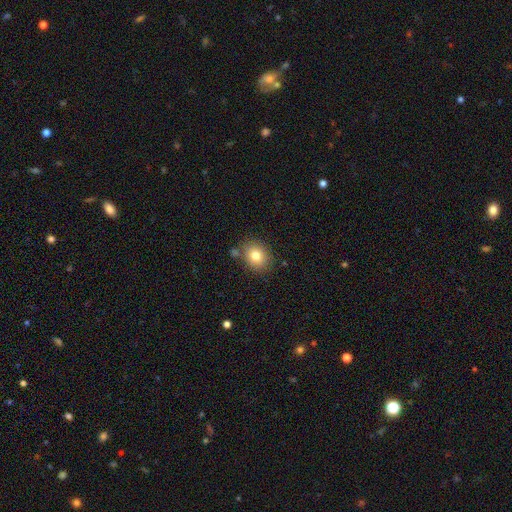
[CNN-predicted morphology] Smooth or featured: smooth — 80% (star or artifact — 11%)
How rounded: round — 63% (in between — 36%)
Merging: none — 79% (minor disturbance — 11%)